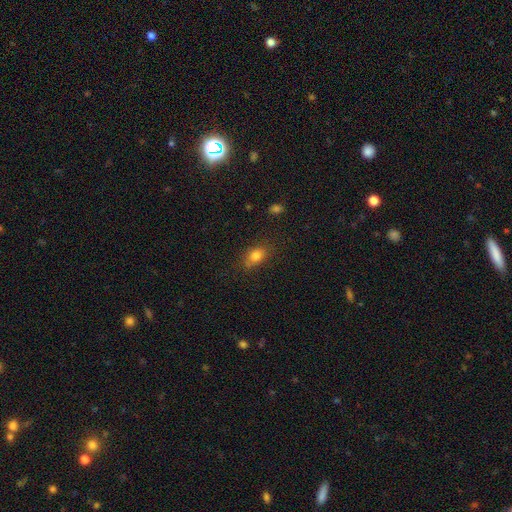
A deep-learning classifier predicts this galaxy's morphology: Overall: smooth (80%). How rounded: in between (77%). Merging: none (73%).